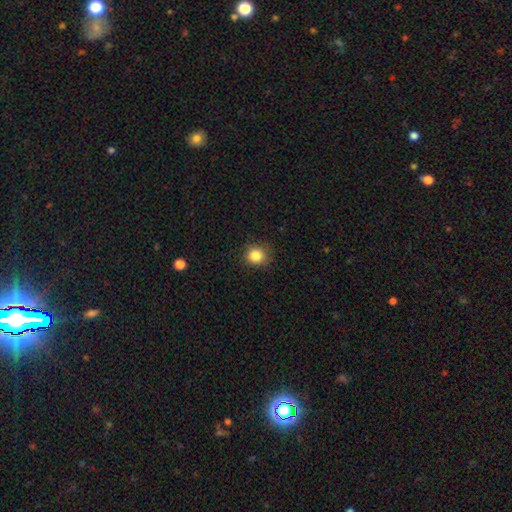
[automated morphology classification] A smooth galaxy with no disk features (85%) that is round (88%). Merging: none (87%).